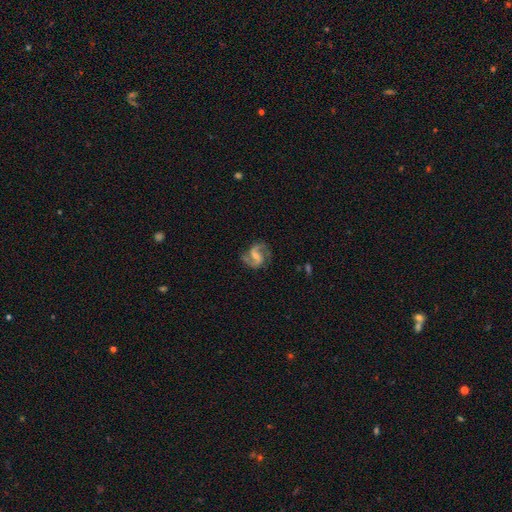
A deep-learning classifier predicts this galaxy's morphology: Smooth or featured?
  - featured or disk: 88% *
  - smooth: 6%
  - star or artifact: 5%
Edge-on disk?
  - no: 98% *
  - yes: 2%
Bar?
  - weak: 52% *
  - strong: 27%
  - no: 21%
Spiral arms?
  - yes: 97% *
  - no: 3%
Spiral winding?
  - medium: 55% *
  - loose: 33%
  - tight: 12%
Spiral arm count?
  - 2: 92% *
  - can't tell: 2%
  - 3: 2%
  - 1: 2%
  - 4: 1%
  - more than 4: 1%
Bulge size?
  - small: 46% *
  - moderate: 32%
  - none: 18%
  - large: 3%
  - dominant: 1%
Merging?
  - none: 76% *
  - minor disturbance: 15%
  - major disturbance: 7%
  - merger: 2%